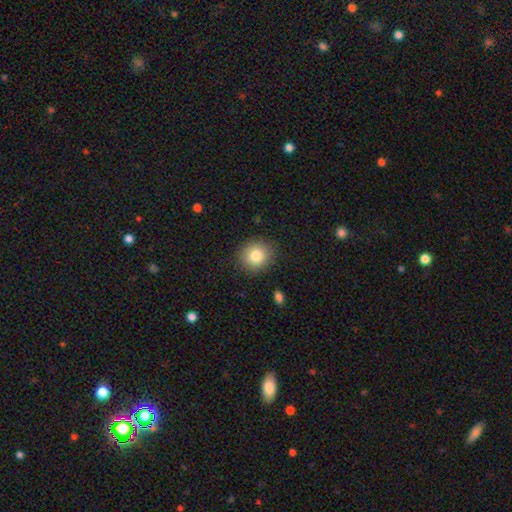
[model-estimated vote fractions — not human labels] The model was most divided on "how rounded": round: 84%, in between: 15%, cigar-shaped: 1%. More confident: merging — none (88%); smooth or featured — smooth (81%).